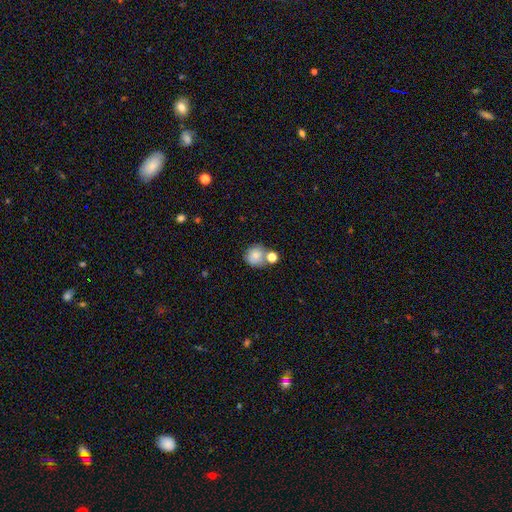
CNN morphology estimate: The model was most divided on "merging": none: 54%, merger: 29%, minor disturbance: 13%, major disturbance: 5%. More confident: how rounded — round (86%); smooth or featured — smooth (79%).